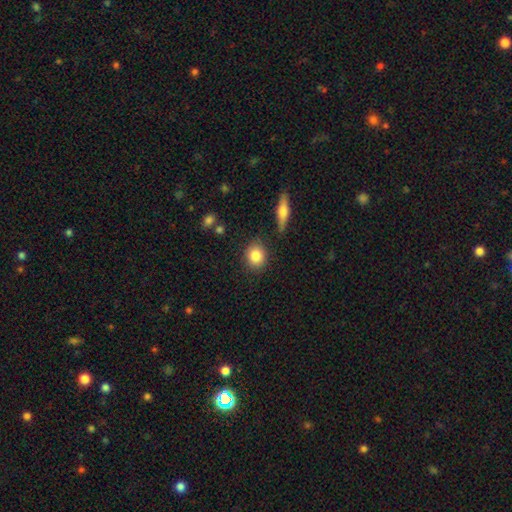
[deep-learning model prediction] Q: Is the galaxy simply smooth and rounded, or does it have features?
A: smooth — 84%.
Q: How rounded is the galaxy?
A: round — 70%.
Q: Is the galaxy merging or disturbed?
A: none — 85%.